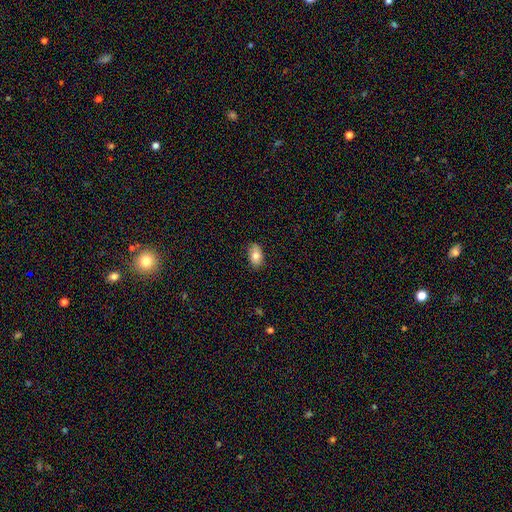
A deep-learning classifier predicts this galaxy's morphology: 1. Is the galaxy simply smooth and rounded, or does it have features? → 79% smooth, 14% featured or disk, 8% star or artifact.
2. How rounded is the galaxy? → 90% in between, 9% round, 2% cigar-shaped.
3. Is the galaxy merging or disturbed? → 85% none, 12% minor disturbance, 2% major disturbance, 1% merger.